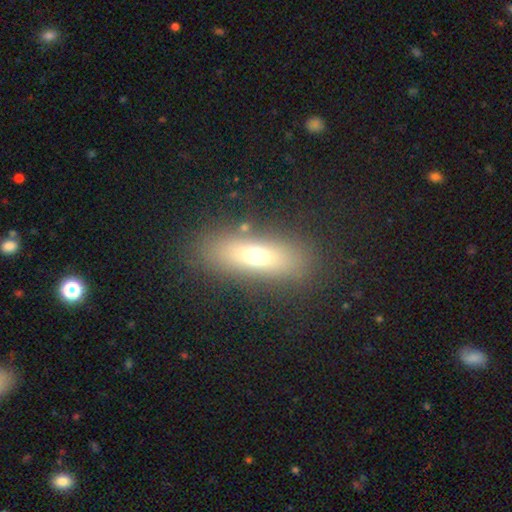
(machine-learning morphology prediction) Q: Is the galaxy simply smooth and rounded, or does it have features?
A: smooth — 62%.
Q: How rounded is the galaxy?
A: in between — 52%.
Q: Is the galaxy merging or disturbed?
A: none — 83%.